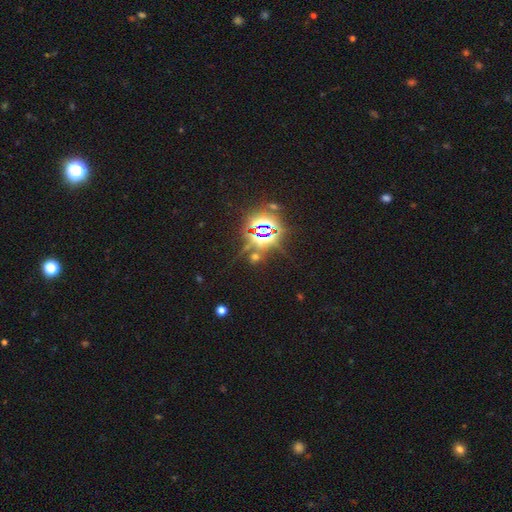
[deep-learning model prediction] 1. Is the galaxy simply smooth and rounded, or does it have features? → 81% star or artifact, 11% smooth, 8% featured or disk.